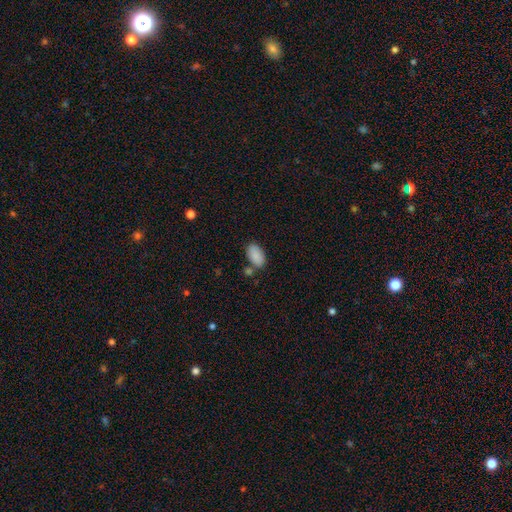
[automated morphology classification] Smooth or featured: smooth — 89% (star or artifact — 7%)
How rounded: in between — 95% (round — 3%)
Merging: none — 71% (minor disturbance — 13%)